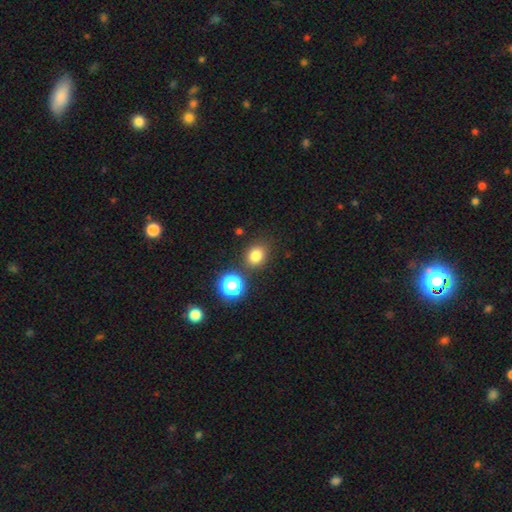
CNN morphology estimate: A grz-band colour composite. It shows a smooth galaxy with no disk features (78%) that is round (67%). Merging: none (81%).